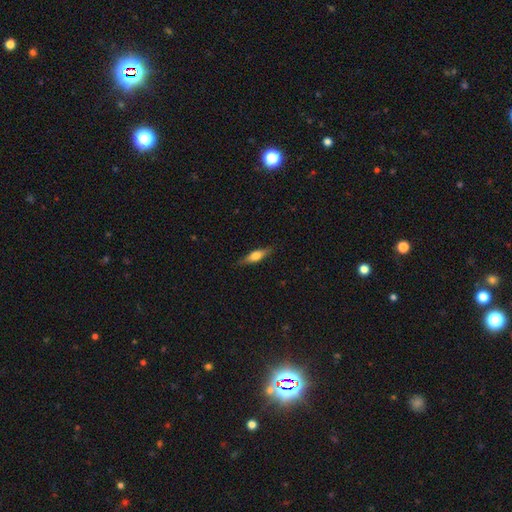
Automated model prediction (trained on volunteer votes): Smooth or featured? Predicted: smooth (p=0.48). Merging? Predicted: none (p=0.86).